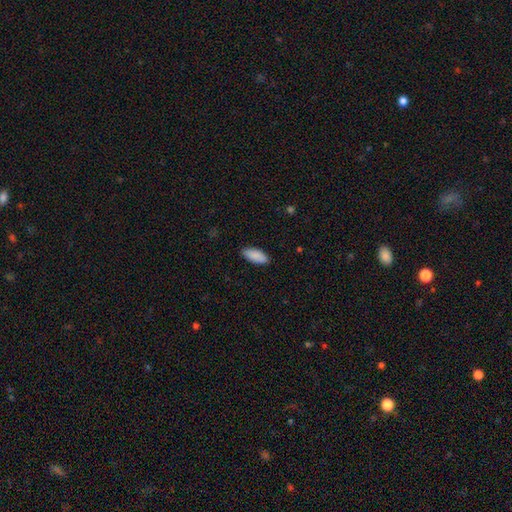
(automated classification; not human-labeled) A smooth galaxy with no disk features (90%) that is in between round and cigar-shaped (86%).

Vote fractions:
- Smooth or featured? smooth: 90% / star or artifact: 6% / featured or disk: 4%
- How rounded? in between: 86% / cigar-shaped: 12% / round: 2%
- Merging? none: 89% / minor disturbance: 8% / major disturbance: 2% / merger: 1%